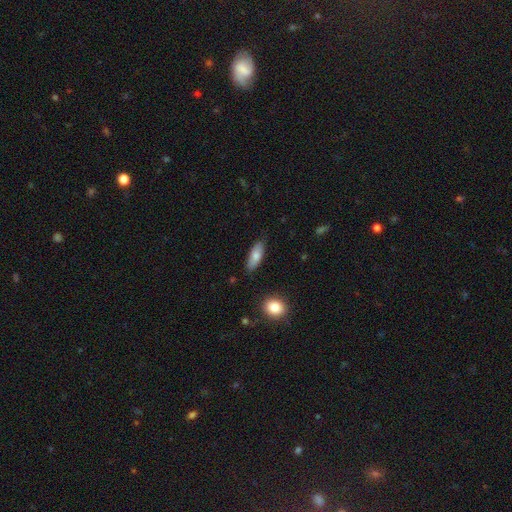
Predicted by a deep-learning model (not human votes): Q: Smooth or featured?
A: smooth (76%); runner-up: featured or disk (17%)
Q: How rounded?
A: in between (68%); runner-up: cigar-shaped (29%)
Q: Merging?
A: none (84%); runner-up: minor disturbance (12%)